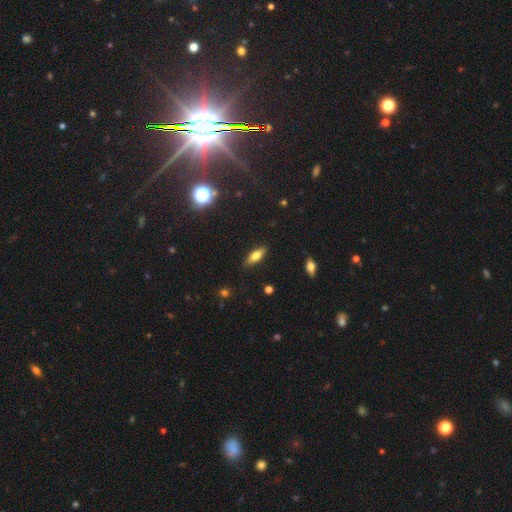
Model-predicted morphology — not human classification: Smooth or featured?
  - smooth: 65% *
  - featured or disk: 26%
  - star or artifact: 9%
How rounded?
  - in between: 65% *
  - cigar-shaped: 32%
  - round: 3%
Merging?
  - none: 86% *
  - minor disturbance: 11%
  - major disturbance: 2%
  - merger: 1%